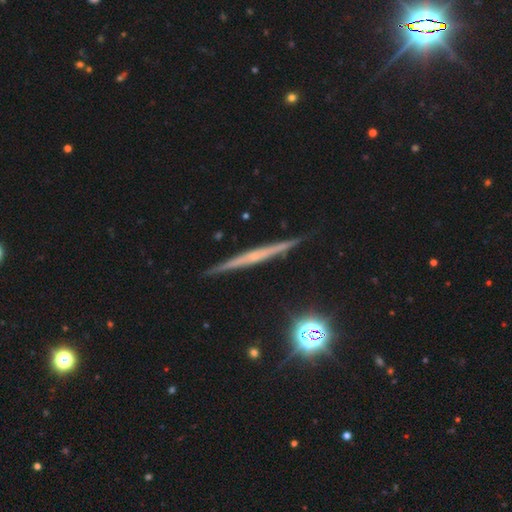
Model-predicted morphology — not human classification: Q: Smooth or featured?
A: featured or disk (66%); runner-up: smooth (25%)
Q: Edge-on disk?
A: yes (97%); runner-up: no (3%)
Q: Edge-on bulge?
A: none (73%); runner-up: rounded (21%)
Q: Merging?
A: none (90%); runner-up: minor disturbance (7%)